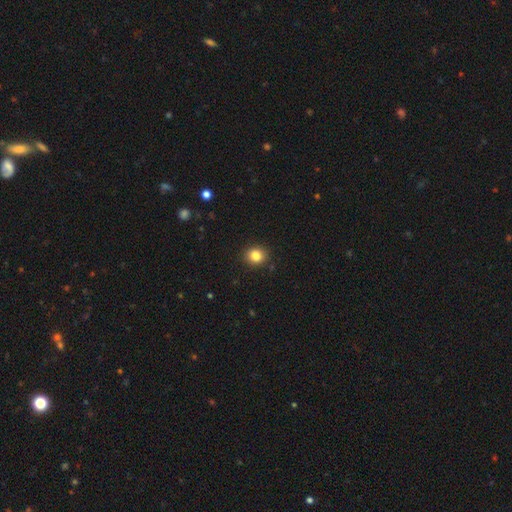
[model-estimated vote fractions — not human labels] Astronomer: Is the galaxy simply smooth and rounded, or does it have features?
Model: smooth — 84%.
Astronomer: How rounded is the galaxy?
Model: round — 78%.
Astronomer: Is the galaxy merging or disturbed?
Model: none — 91%.